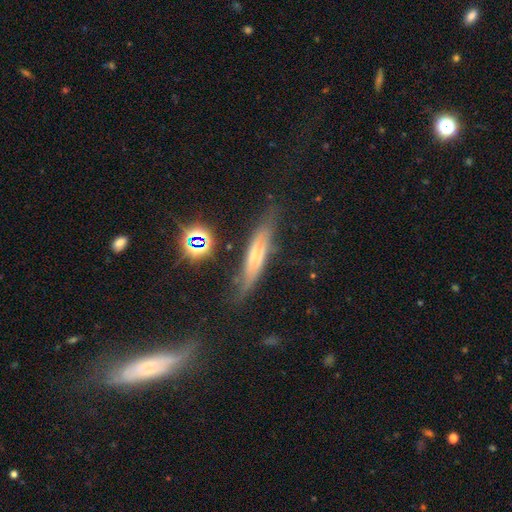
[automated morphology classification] Smooth or featured?
  - featured or disk: 50% *
  - smooth: 35%
  - star or artifact: 14%
Edge-on disk?
  - yes: 79% *
  - no: 21%
Merging?
  - none: 70% *
  - minor disturbance: 20%
  - major disturbance: 7%
  - merger: 3%